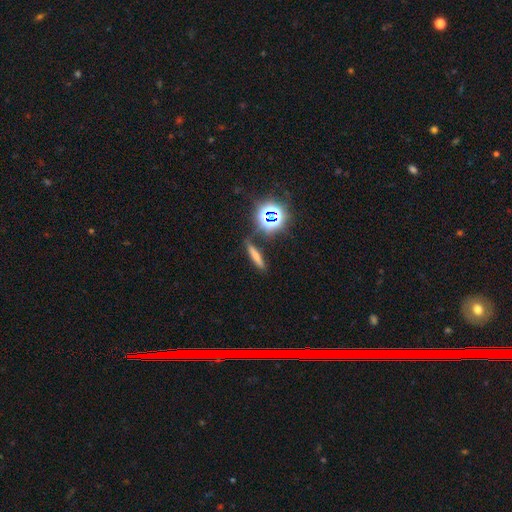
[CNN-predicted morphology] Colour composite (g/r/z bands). It shows a smooth galaxy with no disk features (55%) that is cigar-shaped (79%). Merging: none (80%).